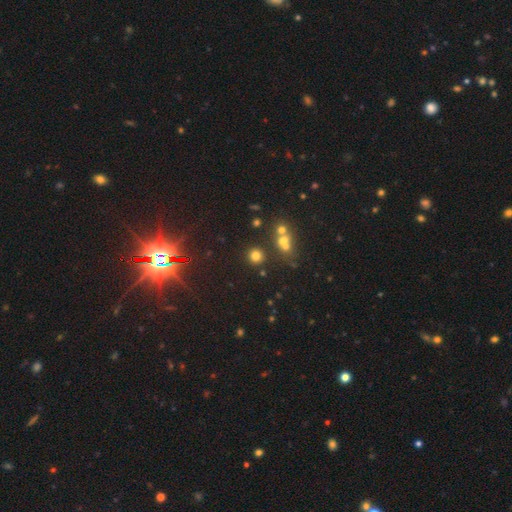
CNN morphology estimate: smooth 72%, star or artifact 20%, featured or disk 8%. Down the decision tree: how rounded — round (92%); merging — none (78%).